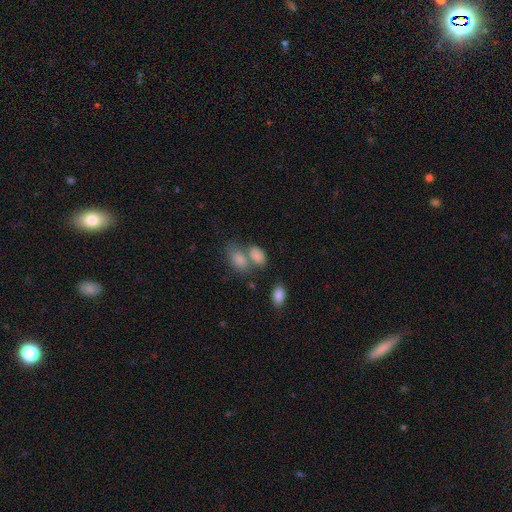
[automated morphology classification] smooth_or_featured: smooth (p=0.79) [alt: star or artifact p=0.11]
how_rounded: in between (p=0.86) [alt: round p=0.12]
merging: merger (p=0.44) [alt: none p=0.36]